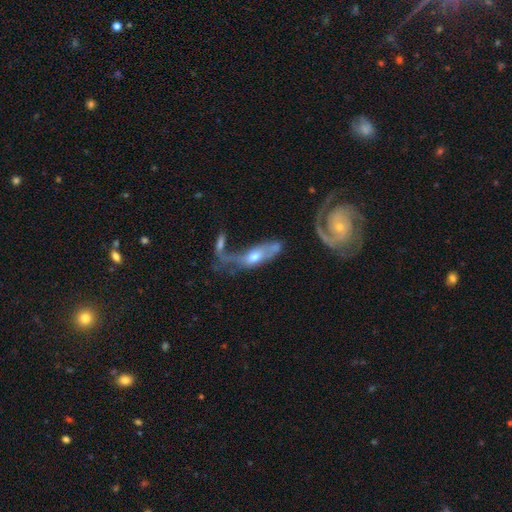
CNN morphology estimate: smooth_or_featured: featured or disk (p=0.66) [alt: smooth p=0.27]
disk_edge_on: no (p=0.79) [alt: yes p=0.21]
bar: no (p=0.72) [alt: weak p=0.21]
has_spiral_arms: yes (p=0.65) [alt: no p=0.35]
bulge_size: moderate (p=0.59) [alt: small p=0.28]
merging: merger (p=0.37) [alt: major disturbance p=0.26]